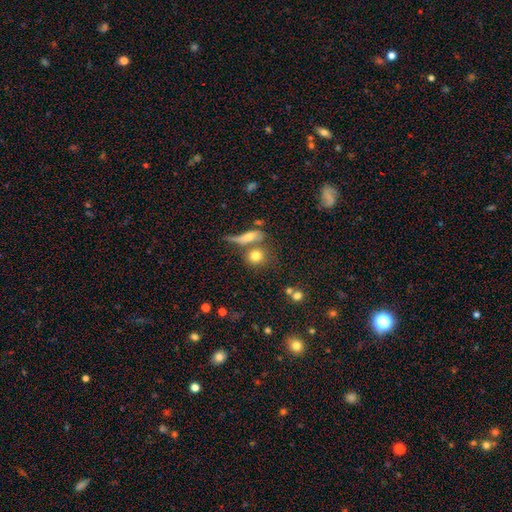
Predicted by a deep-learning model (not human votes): This is likely a smooth galaxy (76%). How rounded: likely round (77%). Merging: possibly none (54%).